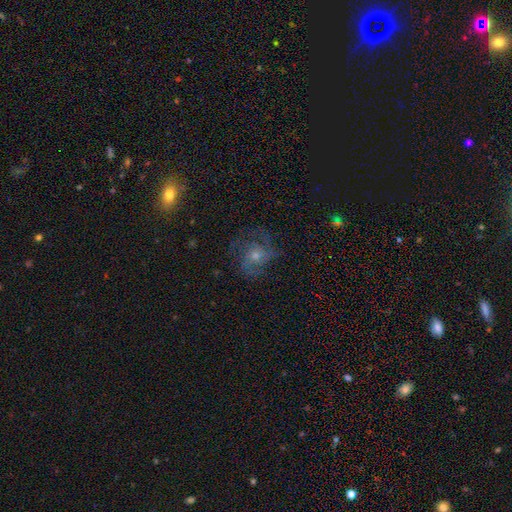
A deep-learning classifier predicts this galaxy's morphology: This is likely a featured or disk galaxy (62%). It is clearly not viewed edge-on (97%). Bar: likely no (78%). Spiral arm pattern: clearly yes (83%). Central bulge: possibly moderate (48%). Merging: likely none (61%).